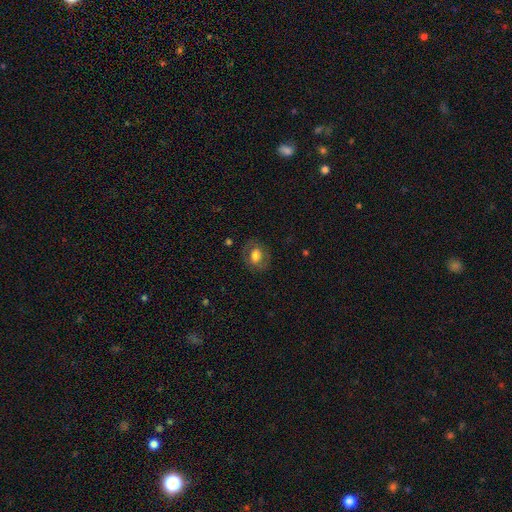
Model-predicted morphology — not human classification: Smooth or featured? smooth (63%)
How rounded? in between (56%)
Merging? none (78%)